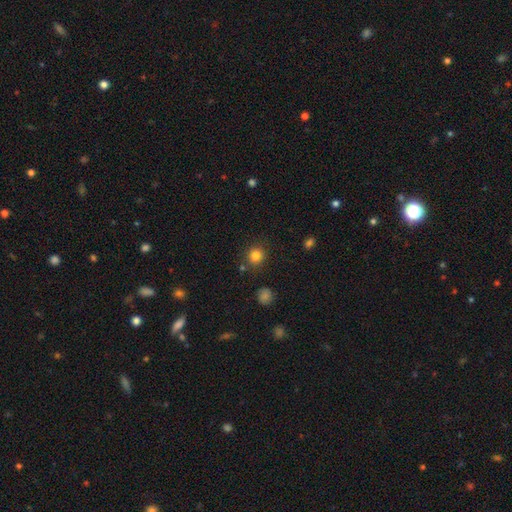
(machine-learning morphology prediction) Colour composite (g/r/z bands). It shows a smooth galaxy with no disk features (83%) that is round (90%). Merging: none (85%).